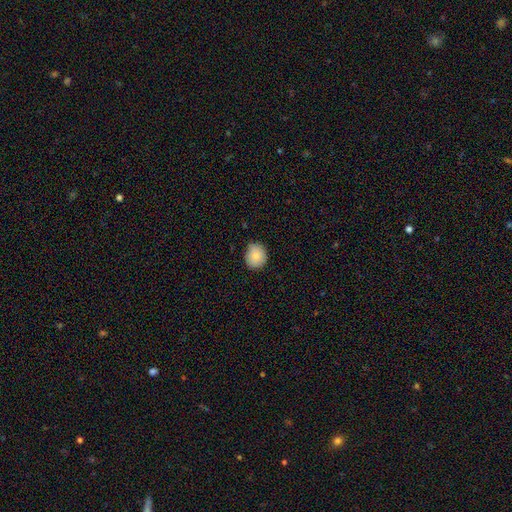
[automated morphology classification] A smooth galaxy with no disk features (84%) that is round (77%).

Vote fractions:
- Smooth or featured? smooth: 84% / star or artifact: 8% / featured or disk: 7%
- How rounded? round: 77% / in between: 22% / cigar-shaped: 1%
- Merging? none: 79% / minor disturbance: 17% / major disturbance: 2% / merger: 1%